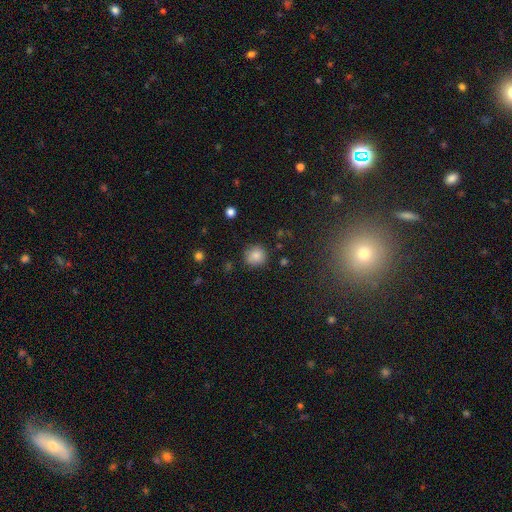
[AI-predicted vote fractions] Smooth or featured? smooth (84%)
How rounded? round (91%)
Merging? none (83%)